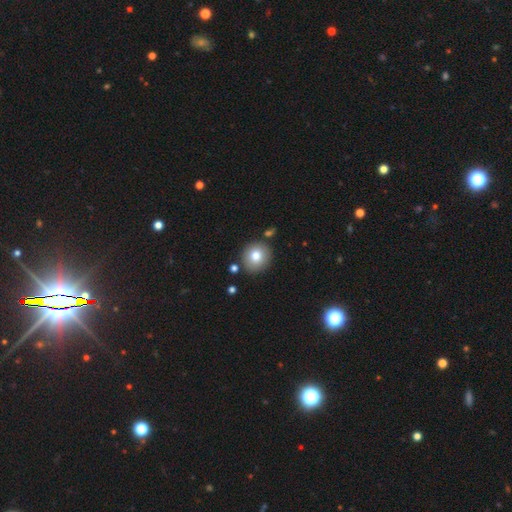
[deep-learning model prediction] A smooth galaxy with no disk features (79%) that is round (87%).

Vote fractions:
- Smooth or featured? smooth: 79% / featured or disk: 11% / star or artifact: 10%
- How rounded? round: 87% / in between: 12% / cigar-shaped: 1%
- Merging? none: 84% / minor disturbance: 8% / merger: 5% / major disturbance: 2%